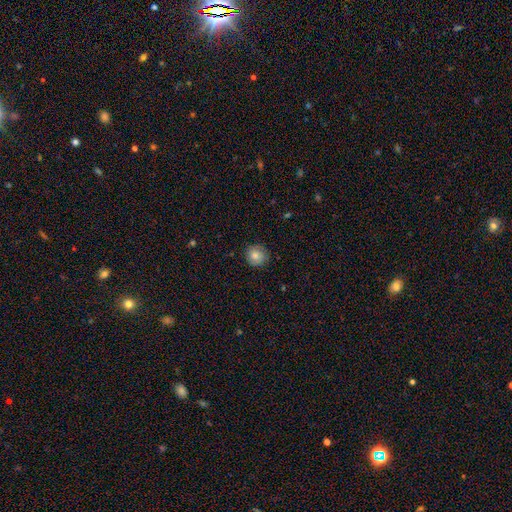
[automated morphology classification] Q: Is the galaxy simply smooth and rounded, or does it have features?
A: smooth — 78%.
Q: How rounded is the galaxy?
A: round — 92%.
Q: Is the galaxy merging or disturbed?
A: none — 85%.